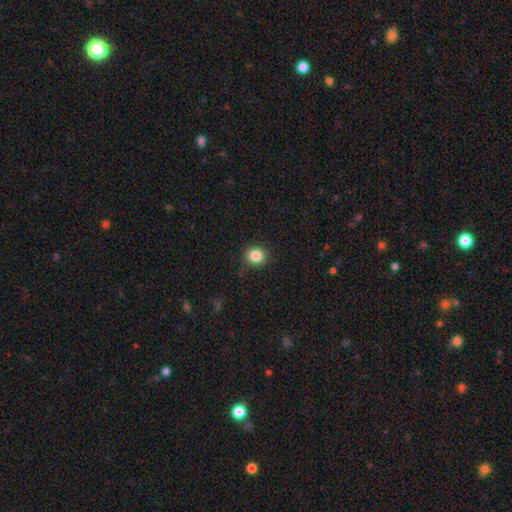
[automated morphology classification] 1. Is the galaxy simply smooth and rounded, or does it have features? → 84% smooth, 11% star or artifact, 5% featured or disk.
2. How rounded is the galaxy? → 84% round, 15% in between, 1% cigar-shaped.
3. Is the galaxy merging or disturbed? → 85% none, 11% minor disturbance, 3% major disturbance, 1% merger.